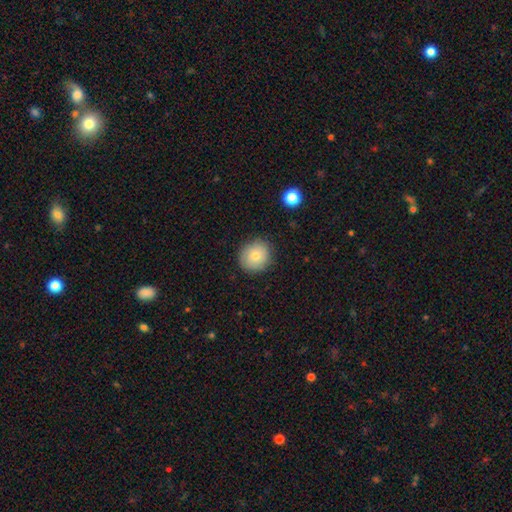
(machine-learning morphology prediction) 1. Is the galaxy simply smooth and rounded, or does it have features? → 79% smooth, 12% featured or disk, 9% star or artifact.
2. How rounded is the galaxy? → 87% round, 12% in between, 1% cigar-shaped.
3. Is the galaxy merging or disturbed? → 87% none, 9% minor disturbance, 2% major disturbance, 1% merger.